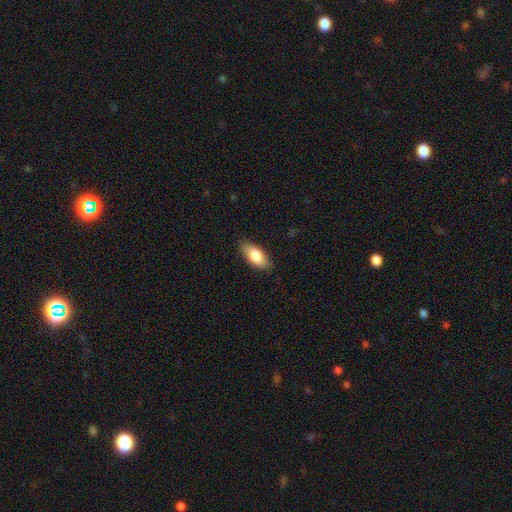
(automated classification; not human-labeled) Smooth or featured?
  - smooth: 82% *
  - featured or disk: 12%
  - star or artifact: 6%
How rounded?
  - in between: 89% *
  - cigar-shaped: 8%
  - round: 3%
Merging?
  - none: 85% *
  - minor disturbance: 12%
  - major disturbance: 2%
  - merger: 1%